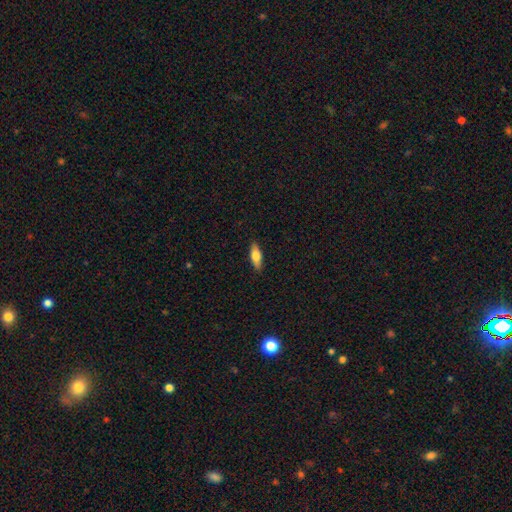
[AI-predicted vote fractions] Q: Smooth or featured?
A: smooth (71%); runner-up: featured or disk (23%)
Q: How rounded?
A: in between (64%); runner-up: cigar-shaped (34%)
Q: Merging?
A: none (88%); runner-up: minor disturbance (9%)